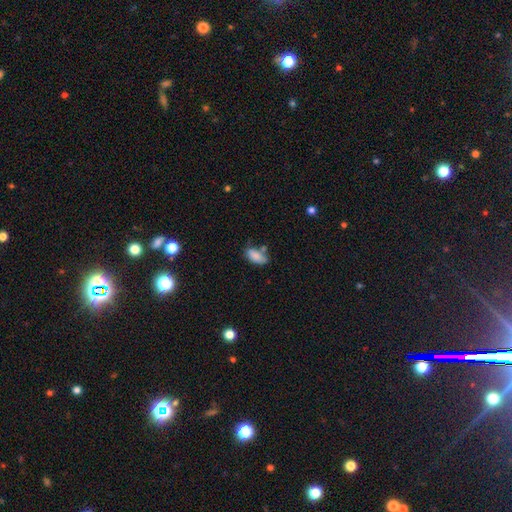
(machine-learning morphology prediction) type=smooth (83%); roundness=in between (91%); merging=none (52%).